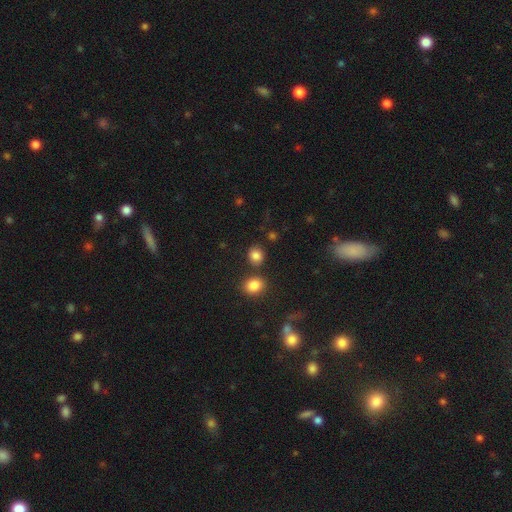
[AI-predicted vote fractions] smooth-or-featured: smooth: 84% | star or artifact: 11% | featured or disk: 5%
  how-rounded: round: 75% | in between: 24% | cigar-shaped: 1%
  merging: none: 77% | merger: 12% | minor disturbance: 9% | major disturbance: 3%